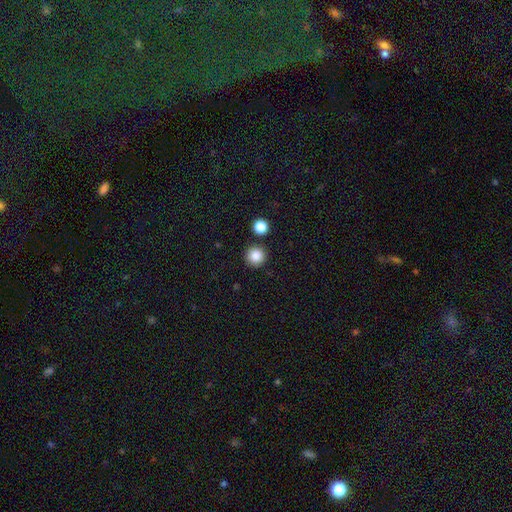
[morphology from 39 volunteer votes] Smooth or featured?
  - smooth: 90% *
  - star or artifact: 10%
  - featured or disk: 0%
How rounded?
  - round: 97% *
  - in between: 3%
  - cigar-shaped: 0%
Merging?
  - none: 100% *
  - minor disturbance: 0%
  - major disturbance: 0%
  - merger: 0%